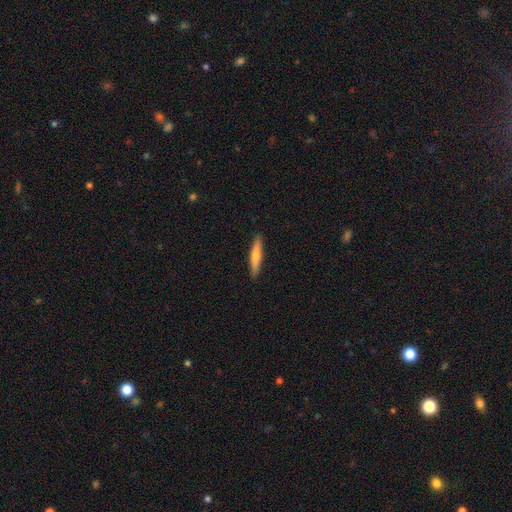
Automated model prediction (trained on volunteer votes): Smooth or featured?
  - smooth: 69% *
  - featured or disk: 26%
  - star or artifact: 5%
How rounded?
  - cigar-shaped: 90% *
  - in between: 8%
  - round: 1%
Merging?
  - none: 91% *
  - minor disturbance: 7%
  - major disturbance: 1%
  - merger: 1%